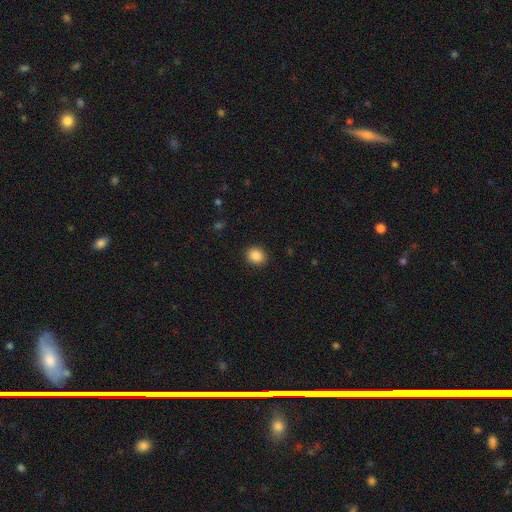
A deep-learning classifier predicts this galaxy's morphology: smooth_or_featured: smooth (p=0.88) [alt: star or artifact p=0.09]
how_rounded: round (p=0.74) [alt: in between p=0.25]
merging: none (p=0.91) [alt: minor disturbance p=0.06]